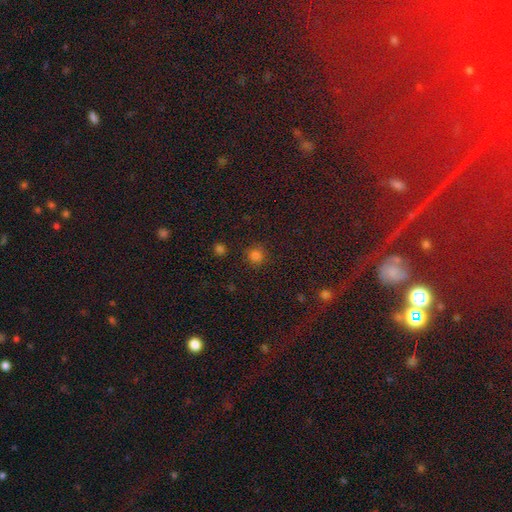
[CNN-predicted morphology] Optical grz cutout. It shows a smooth galaxy with no disk features (79%) that is round (92%). Merging: none (87%).